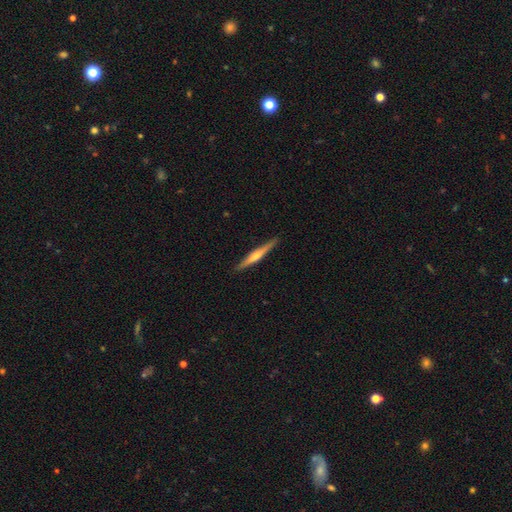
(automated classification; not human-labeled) Q: Smooth or featured?
A: featured or disk (69%); runner-up: smooth (26%)
Q: Edge-on disk?
A: yes (98%); runner-up: no (2%)
Q: Edge-on bulge?
A: rounded (76%); runner-up: none (14%)
Q: Merging?
A: none (91%); runner-up: minor disturbance (7%)